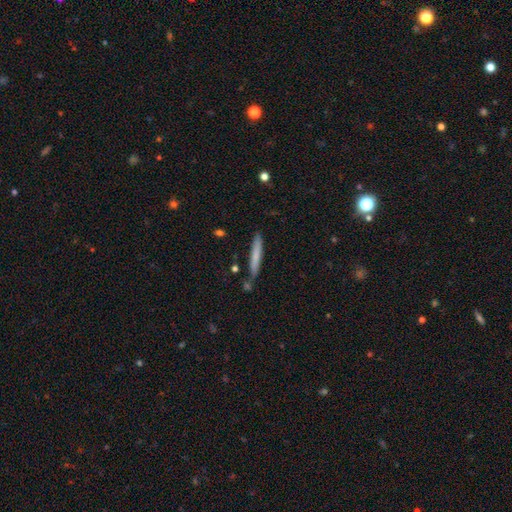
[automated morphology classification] A smooth galaxy with no disk features (68%) that is cigar-shaped (95%).

Vote fractions:
- Smooth or featured? smooth: 68% / featured or disk: 26% / star or artifact: 6%
- How rounded? cigar-shaped: 95% / in between: 4% / round: 1%
- Merging? none: 81% / minor disturbance: 12% / merger: 5% / major disturbance: 2%